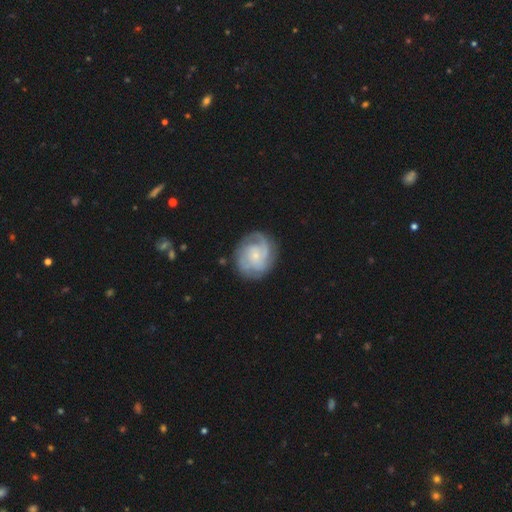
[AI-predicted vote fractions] A featured or disk galaxy (78%) with no bar (72%), 2 (33%) tight (53%) spiral arms (94%) and a small central bulge (73%). Merging: none (76%).